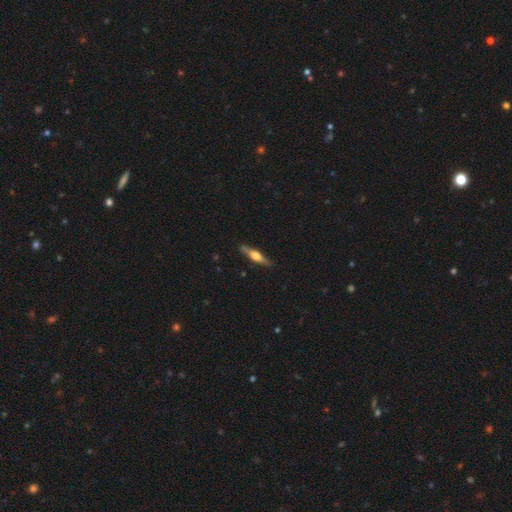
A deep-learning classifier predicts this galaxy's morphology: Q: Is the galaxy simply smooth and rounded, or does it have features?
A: featured or disk — 62%.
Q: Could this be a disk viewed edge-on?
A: yes — 95%.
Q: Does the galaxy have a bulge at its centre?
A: rounded — 88%.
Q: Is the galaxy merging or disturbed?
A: none — 85%.